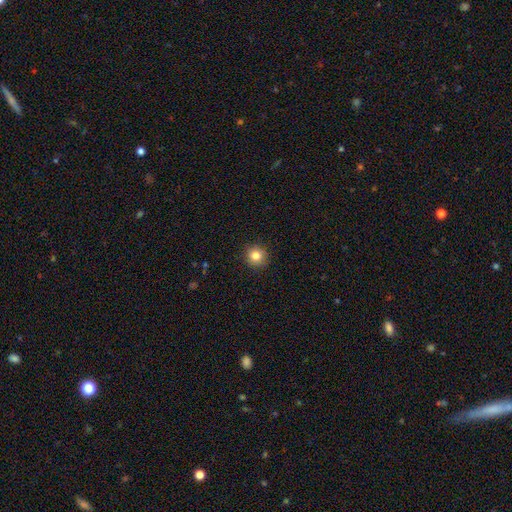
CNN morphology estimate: Smooth or featured: smooth — 83% (star or artifact — 11%)
How rounded: round — 94% (in between — 5%)
Merging: none — 92% (minor disturbance — 6%)